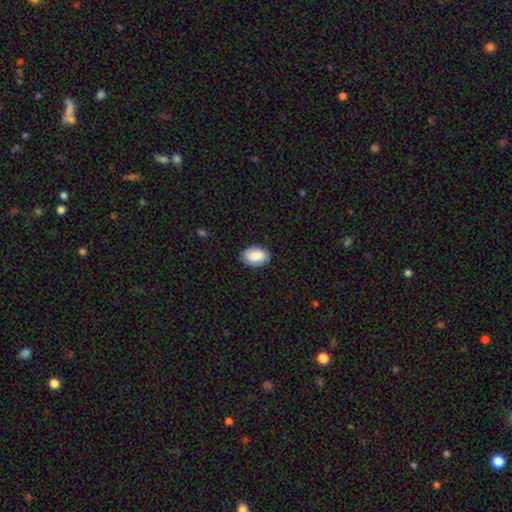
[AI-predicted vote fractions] smooth_or_featured: smooth (p=0.83) [alt: featured or disk p=0.11]
how_rounded: in between (p=0.89) [alt: round p=0.10]
merging: none (p=0.85) [alt: minor disturbance p=0.11]